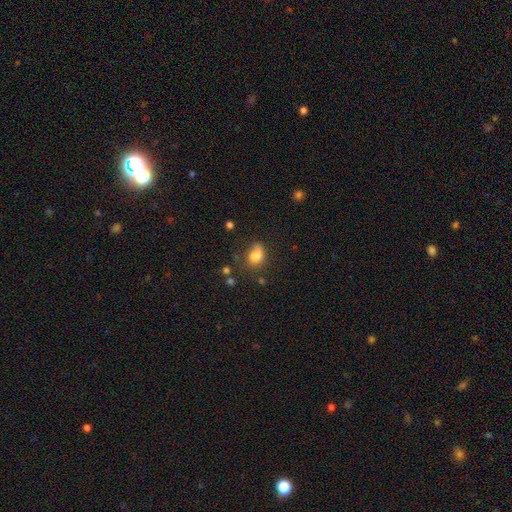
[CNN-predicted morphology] This appears to be a smooth galaxy with no disk features (74%) that is in between round and cigar-shaped (60%). Merging: none (42%).